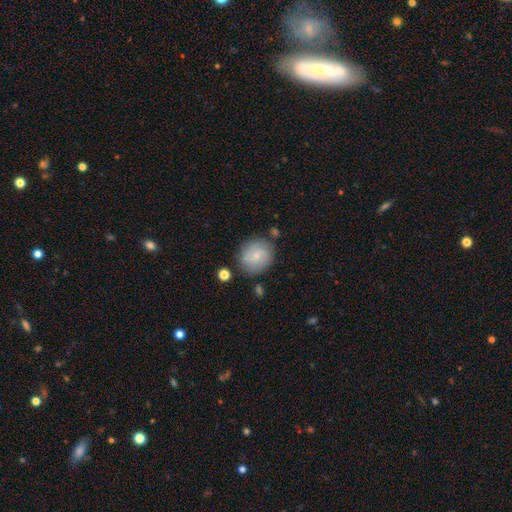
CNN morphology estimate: Smooth or featured? smooth (61%)
How rounded? round (81%)
Merging? none (78%)